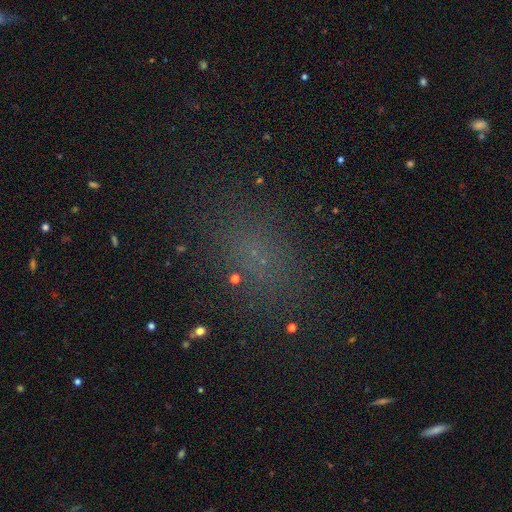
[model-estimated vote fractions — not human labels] A smooth galaxy with no disk features (61%) that is in between round and cigar-shaped (73%).

Vote fractions:
- Smooth or featured? smooth: 61% / star or artifact: 30% / featured or disk: 9%
- How rounded? in between: 73% / round: 17% / cigar-shaped: 9%
- Merging? none: 80% / minor disturbance: 12% / major disturbance: 6% / merger: 2%